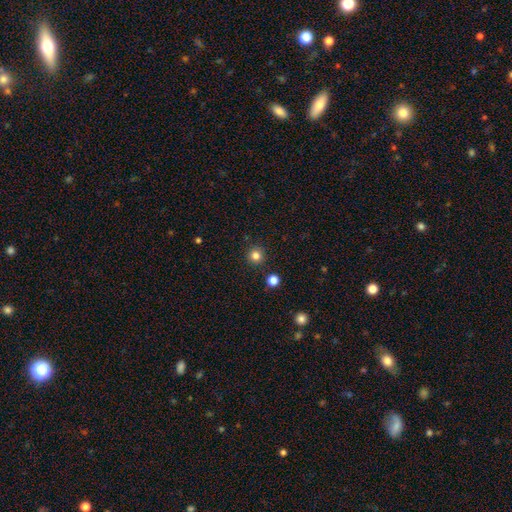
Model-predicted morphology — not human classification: smooth-or-featured: smooth: 81% | star or artifact: 14% | featured or disk: 5%
  how-rounded: round: 95% | in between: 4% | cigar-shaped: 1%
  merging: none: 91% | minor disturbance: 5% | merger: 2% | major disturbance: 2%